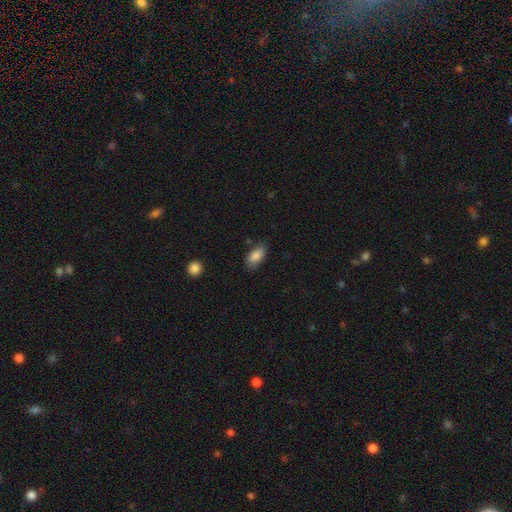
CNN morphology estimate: type=smooth (85%); roundness=in between (91%); merging=none (76%).